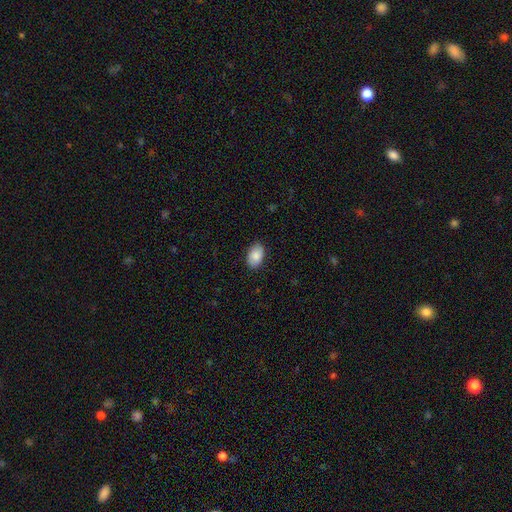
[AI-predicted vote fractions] This appears to be a smooth galaxy with no disk features (85%) that is in between round and cigar-shaped (91%). Merging: none (86%).